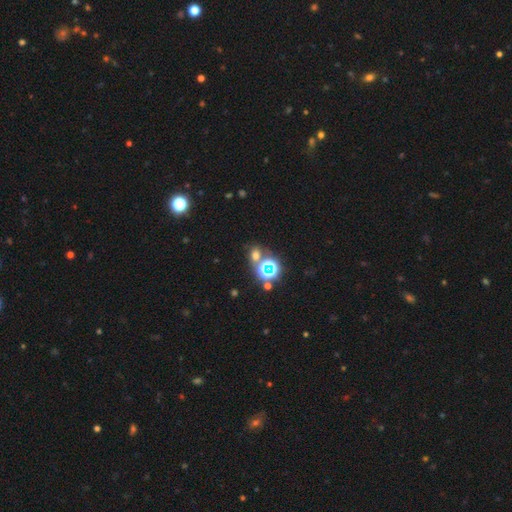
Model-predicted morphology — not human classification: smooth-or-featured: smooth: 48% | star or artifact: 43% | featured or disk: 9%
  merging: none: 63% | merger: 21% | minor disturbance: 10% | major disturbance: 6%